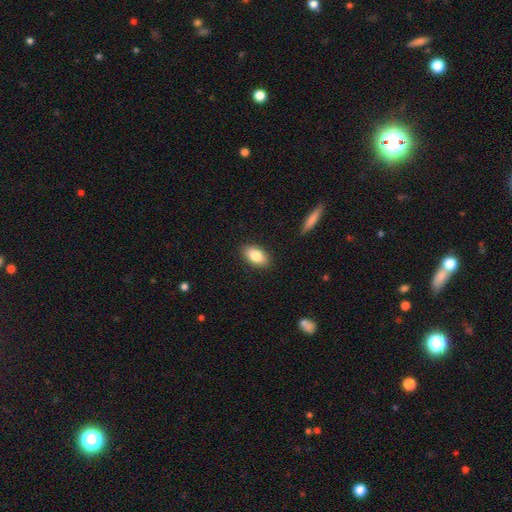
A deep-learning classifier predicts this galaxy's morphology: The model was most divided on "smooth or featured": smooth: 83%, featured or disk: 11%, star or artifact: 7%. More confident: how rounded — in between (92%); merging — none (88%).